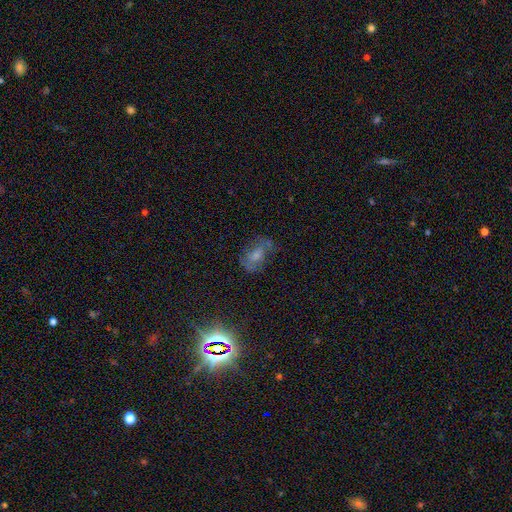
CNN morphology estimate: This appears to be a smooth galaxy with no disk features (45%). Merging: none (49%).